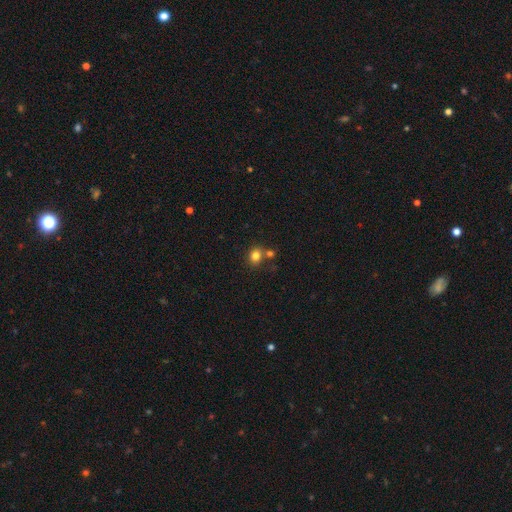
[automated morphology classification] The model was most divided on "how rounded": round: 68%, in between: 31%, cigar-shaped: 1%. More confident: smooth or featured — smooth (81%); merging — none (62%).